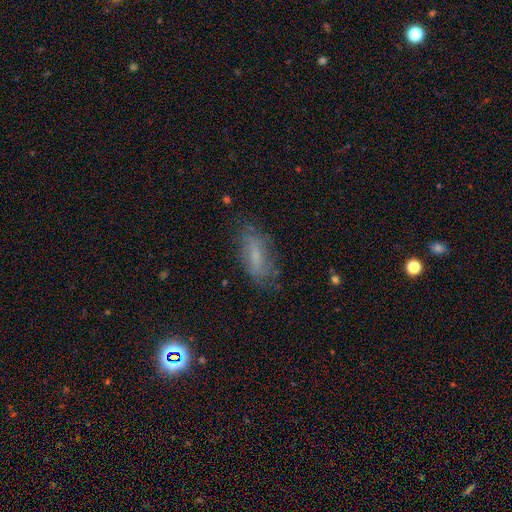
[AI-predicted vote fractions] smooth_or_featured: smooth (p=0.49) [alt: featured or disk p=0.39]
merging: none (p=0.66) [alt: minor disturbance p=0.22]